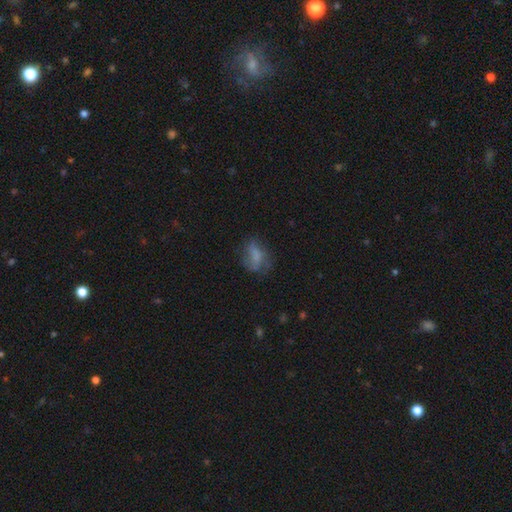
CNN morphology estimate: smooth 63%, featured or disk 25%, star or artifact 12%. Down the decision tree: how rounded — in between (76%); merging — none (50%).